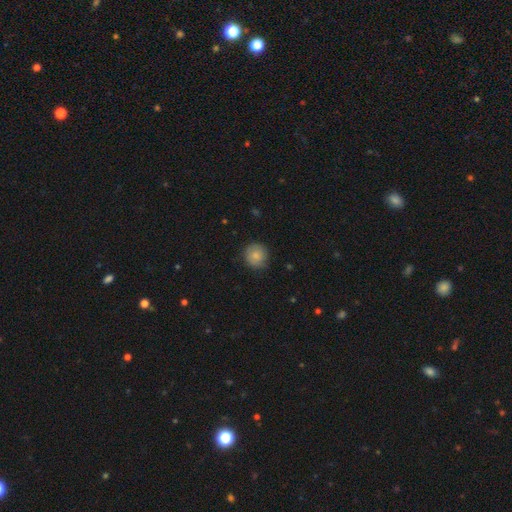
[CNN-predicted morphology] type=smooth (81%); roundness=round (92%); merging=none (82%).